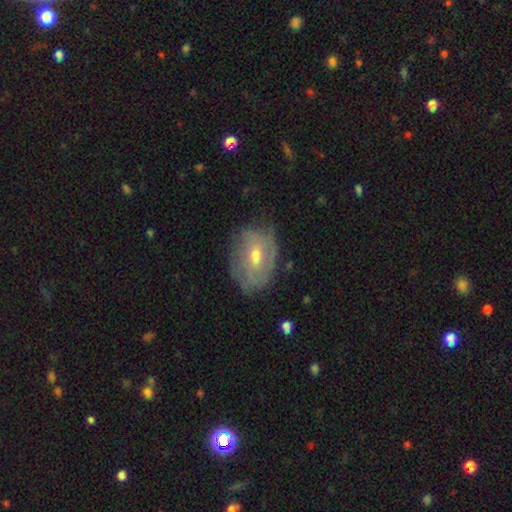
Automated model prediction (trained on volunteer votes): The model was most divided on "bar": no: 53%, weak: 38%, strong: 9%. More confident: edge-on disk — no (94%); spiral arms — yes (65%); bulge size — moderate (64%); merging — none (62%); smooth or featured — featured or disk (61%).